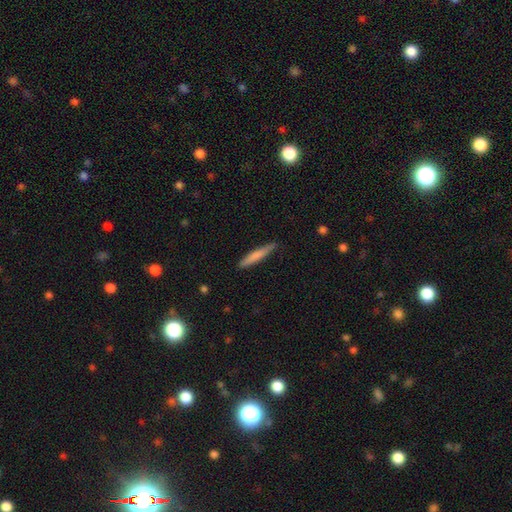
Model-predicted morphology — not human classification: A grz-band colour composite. It shows a smooth galaxy with no disk features (73%) that is cigar-shaped (92%). Merging: none (81%).